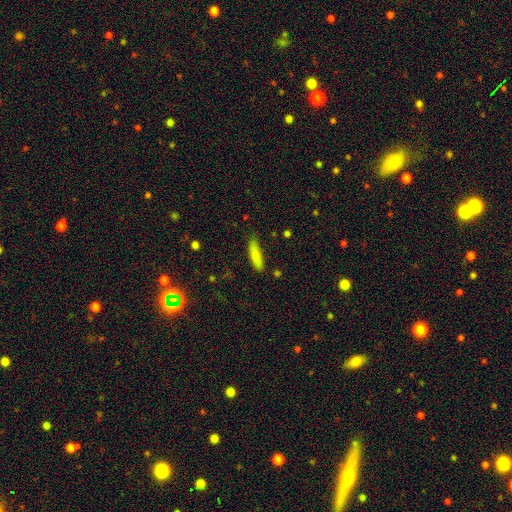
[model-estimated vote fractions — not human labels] smooth-or-featured: smooth: 83% | featured or disk: 10% | star or artifact: 7%
  how-rounded: cigar-shaped: 71% | in between: 27% | round: 2%
  merging: none: 82% | minor disturbance: 13% | major disturbance: 3% | merger: 2%